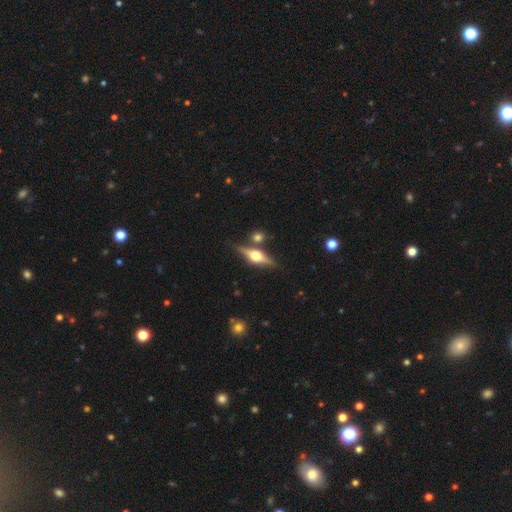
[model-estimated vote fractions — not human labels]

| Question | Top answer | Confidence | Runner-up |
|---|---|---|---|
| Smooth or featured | featured or disk | 70% | smooth (23%) |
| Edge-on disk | yes | 96% | no (4%) |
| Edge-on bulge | rounded | 93% | boxy (5%) |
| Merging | none | 77% | minor disturbance (11%) |